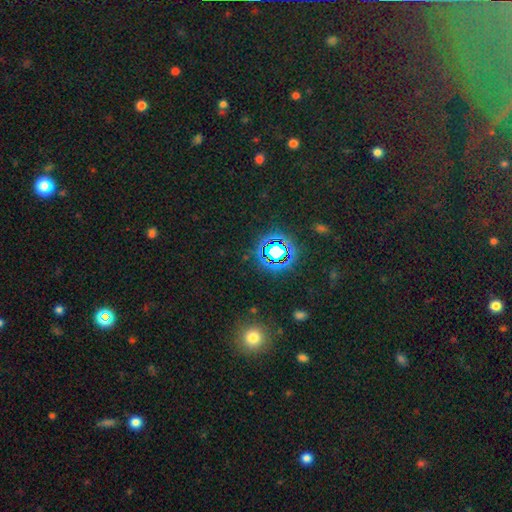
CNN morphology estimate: Smooth or featured: star or artifact — 60% (smooth — 31%)